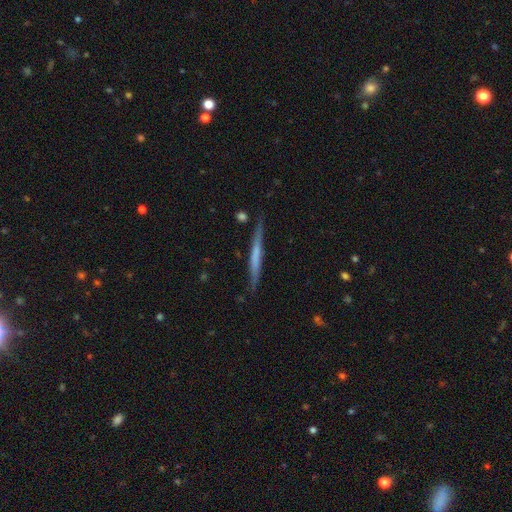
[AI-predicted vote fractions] Smooth or featured?
  - featured or disk: 50% *
  - smooth: 44%
  - star or artifact: 6%
Edge-on disk?
  - yes: 96% *
  - no: 4%
Merging?
  - none: 84% *
  - minor disturbance: 12%
  - major disturbance: 2%
  - merger: 2%